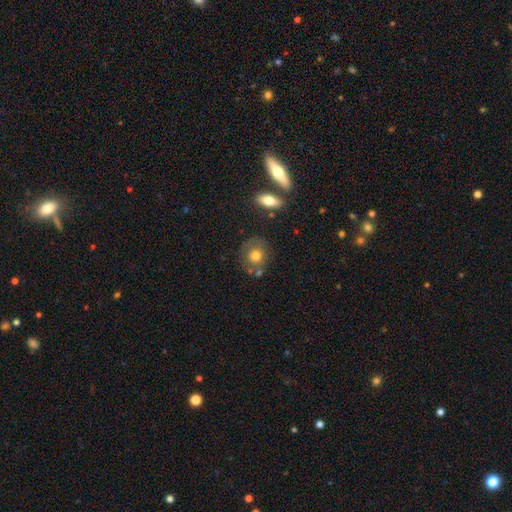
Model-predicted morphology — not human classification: This is likely a smooth galaxy (70%). How rounded: likely round (79%). Merging: likely none (69%).